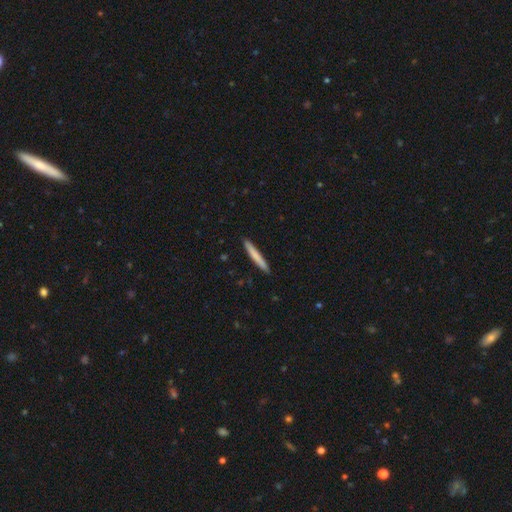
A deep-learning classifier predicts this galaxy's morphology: smooth_or_featured: smooth (p=0.76) [alt: featured or disk p=0.19]
how_rounded: cigar-shaped (p=0.96) [alt: in between p=0.03]
merging: none (p=0.92) [alt: minor disturbance p=0.06]